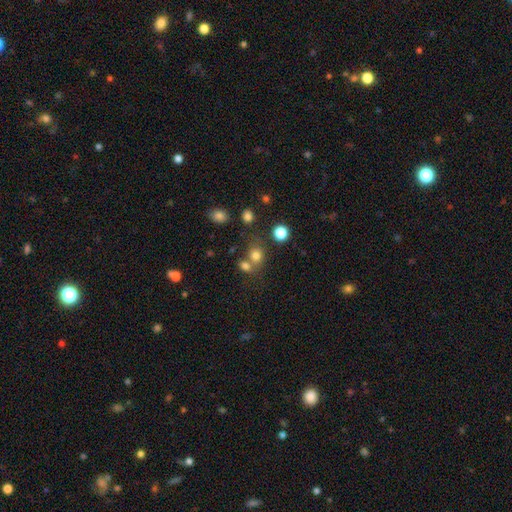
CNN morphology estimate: A smooth galaxy with no disk features (75%) that is round (71%).

Vote fractions:
- Smooth or featured? smooth: 75% / star or artifact: 16% / featured or disk: 9%
- How rounded? round: 71% / in between: 28% / cigar-shaped: 1%
- Merging? none: 50% / merger: 36% / minor disturbance: 10% / major disturbance: 5%